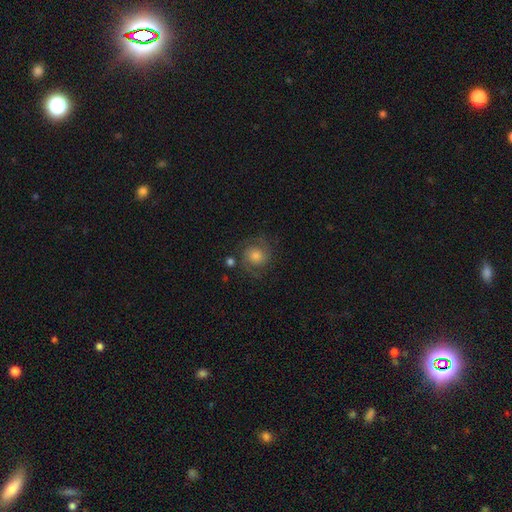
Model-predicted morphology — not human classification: The model was most divided on "spiral winding": medium: 47%, tight: 38%, loose: 15%. Remaining: edge-on disk — no (98%); spiral arms — yes (95%); spiral arm count — 2 (86%); merging — none (77%); bar — no (72%); smooth or featured — featured or disk (71%); bulge size — moderate (45%).